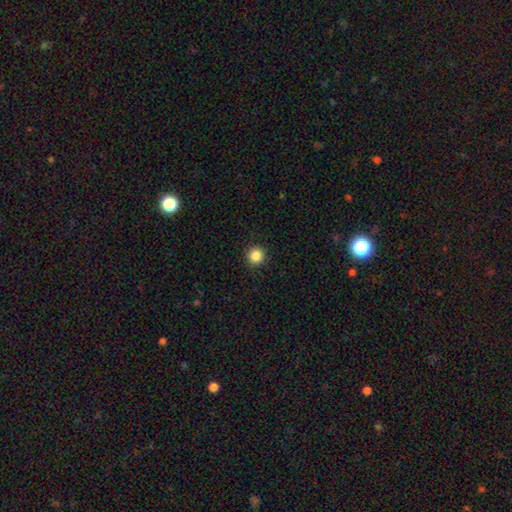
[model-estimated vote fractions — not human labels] This appears to be a smooth galaxy with no disk features (86%) that is round (94%). Merging: none (92%).